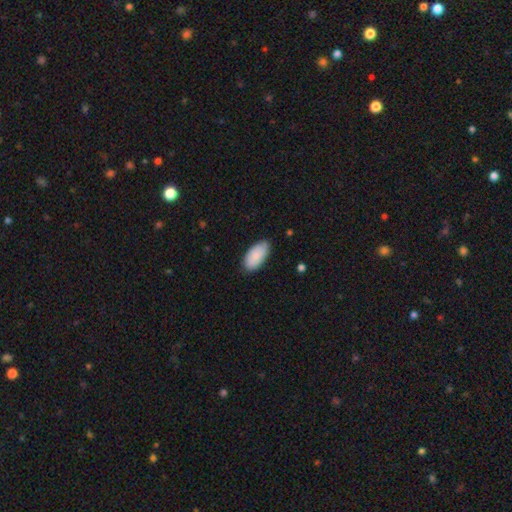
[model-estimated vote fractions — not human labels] This is clearly a smooth galaxy (87%). How rounded: clearly in between (94%). Merging: clearly none (81%).